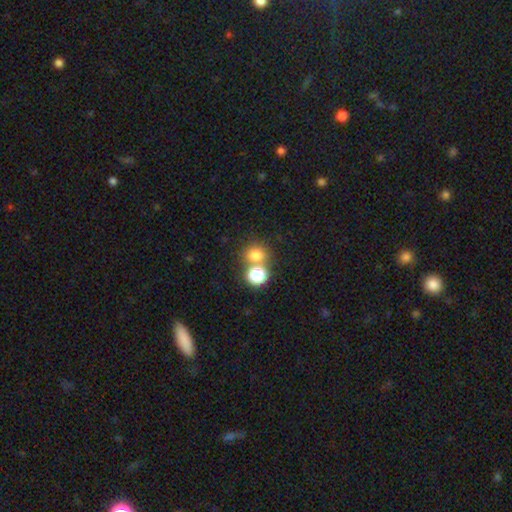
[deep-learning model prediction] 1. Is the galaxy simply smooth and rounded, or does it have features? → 74% smooth, 18% star or artifact, 8% featured or disk.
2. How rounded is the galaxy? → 79% round, 20% in between, 1% cigar-shaped.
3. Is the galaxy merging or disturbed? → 55% none, 35% merger, 7% minor disturbance, 3% major disturbance.